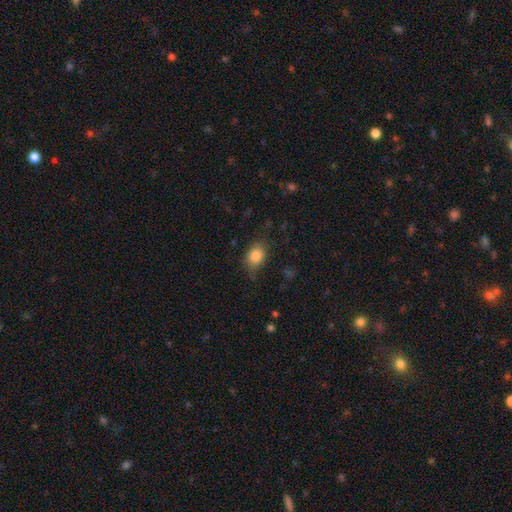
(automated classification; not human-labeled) Smooth or featured? Predicted: smooth (p=0.84). How rounded? Predicted: in between (p=0.68). Merging? Predicted: none (p=0.70).